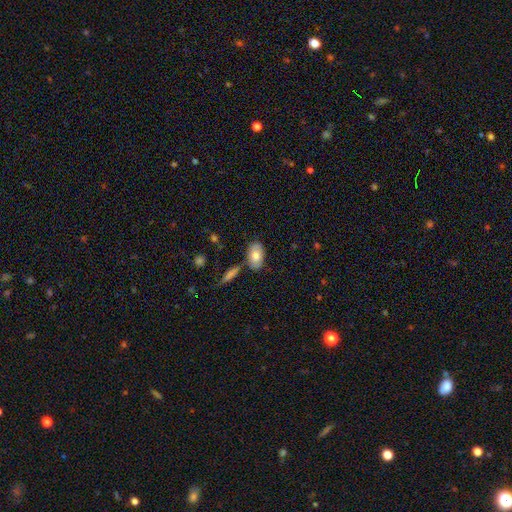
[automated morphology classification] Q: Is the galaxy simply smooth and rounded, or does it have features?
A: smooth — 77%.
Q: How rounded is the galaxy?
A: in between — 92%.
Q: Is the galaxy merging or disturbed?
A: none — 72%.